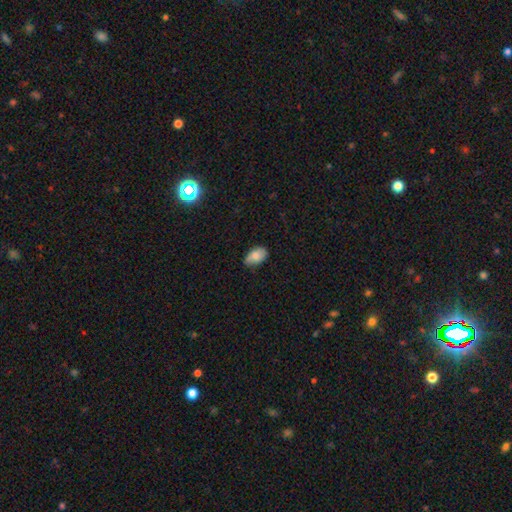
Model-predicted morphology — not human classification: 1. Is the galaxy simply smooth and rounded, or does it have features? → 78% smooth, 15% featured or disk, 8% star or artifact.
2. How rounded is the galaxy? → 92% in between, 7% round, 2% cigar-shaped.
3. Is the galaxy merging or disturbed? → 73% none, 23% minor disturbance, 3% major disturbance, 1% merger.